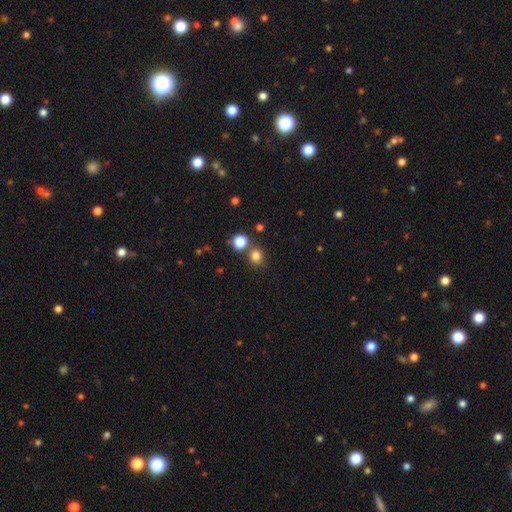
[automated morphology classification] Overall: smooth (80%). How rounded: round (83%). Merging: none (72%).